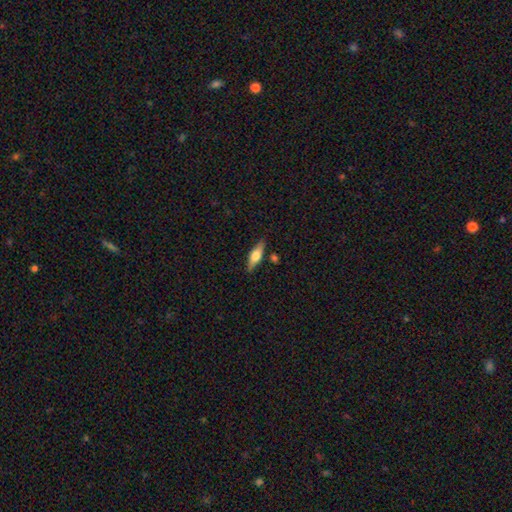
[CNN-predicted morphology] Smooth or featured: smooth — 49% (featured or disk — 44%)
Merging: none — 82% (minor disturbance — 11%)